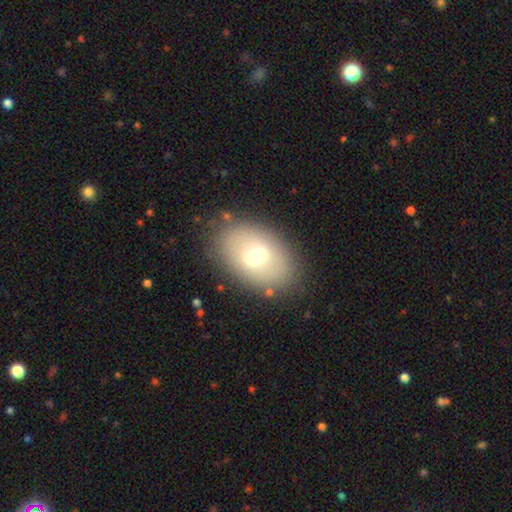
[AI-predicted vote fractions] smooth-or-featured: smooth: 58% | featured or disk: 33% | star or artifact: 9%
  how-rounded: in between: 87% | round: 11% | cigar-shaped: 2%
  merging: none: 83% | minor disturbance: 11% | major disturbance: 4% | merger: 2%